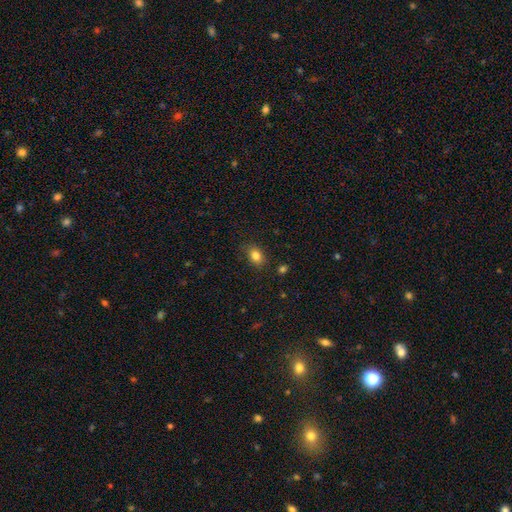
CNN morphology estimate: A smooth galaxy with no disk features (83%) that is in between round and cigar-shaped (76%).

Vote fractions:
- Smooth or featured? smooth: 83% / star or artifact: 10% / featured or disk: 7%
- How rounded? in between: 76% / round: 23% / cigar-shaped: 2%
- Merging? none: 81% / minor disturbance: 14% / major disturbance: 3% / merger: 2%